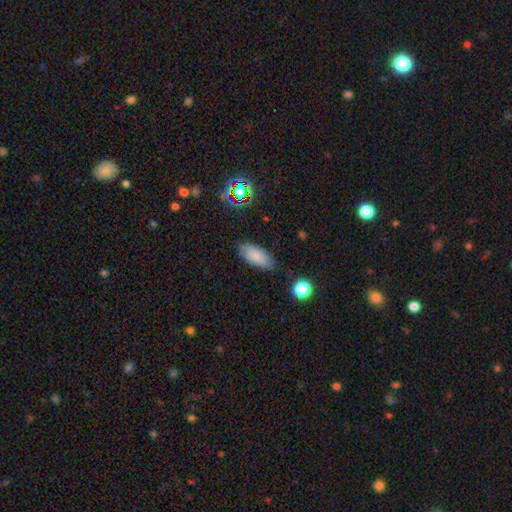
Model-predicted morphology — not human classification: smooth-or-featured: smooth: 81% | featured or disk: 11% | star or artifact: 9%
  how-rounded: in between: 86% | cigar-shaped: 11% | round: 2%
  merging: none: 81% | minor disturbance: 14% | major disturbance: 3% | merger: 2%